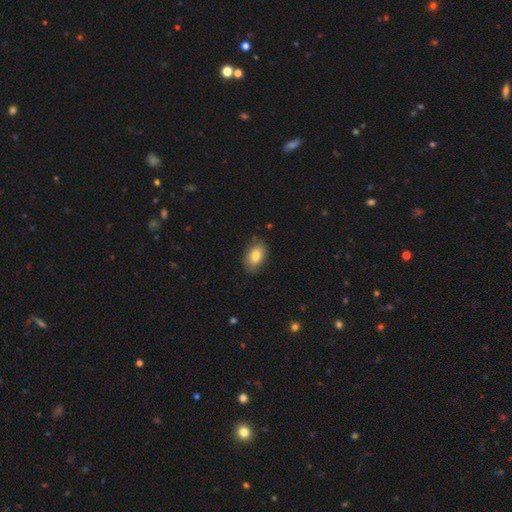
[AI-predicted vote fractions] smooth-or-featured: smooth: 80% | featured or disk: 13% | star or artifact: 7%
  how-rounded: in between: 90% | round: 8% | cigar-shaped: 2%
  merging: none: 83% | minor disturbance: 13% | major disturbance: 3% | merger: 1%